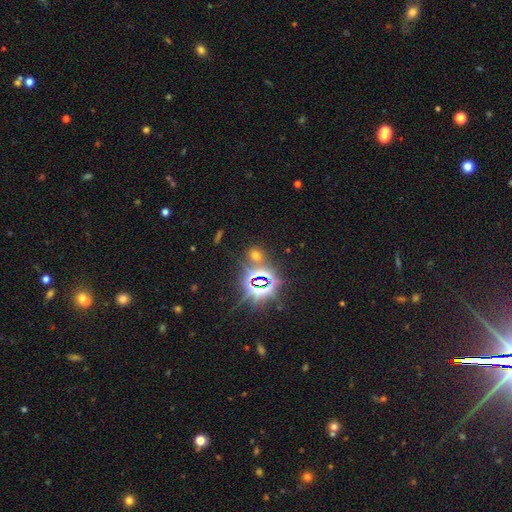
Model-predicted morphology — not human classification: A star or artifact, not a galaxy (56%).